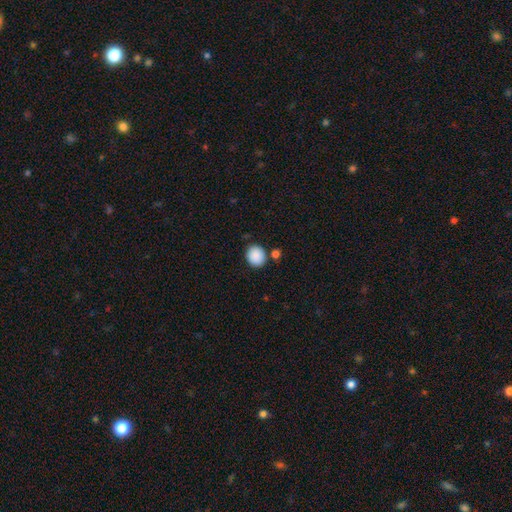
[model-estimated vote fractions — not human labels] This is clearly a smooth galaxy (89%). How rounded: likely round (78%). Merging: clearly none (81%).